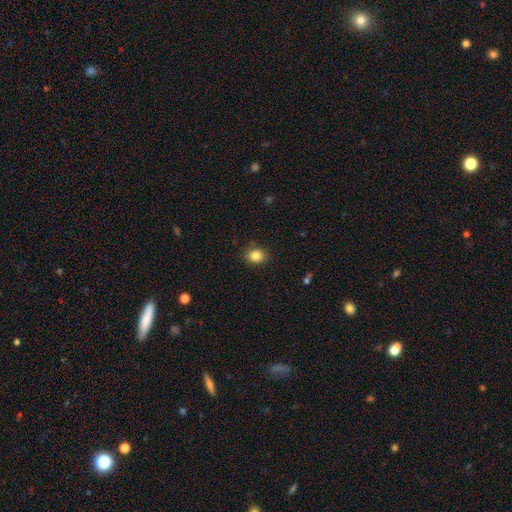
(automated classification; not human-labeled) A smooth galaxy with no disk features (85%) that is round (72%).

Vote fractions:
- Smooth or featured? smooth: 85% / star or artifact: 10% / featured or disk: 5%
- How rounded? round: 72% / in between: 27% / cigar-shaped: 1%
- Merging? none: 88% / minor disturbance: 9% / major disturbance: 2% / merger: 1%